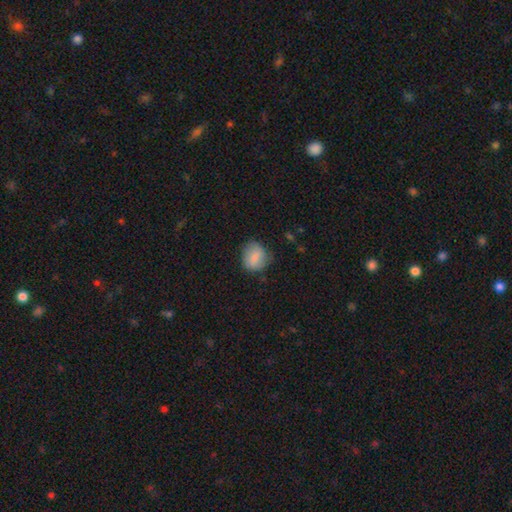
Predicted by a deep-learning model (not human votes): smooth 82%, featured or disk 11%, star or artifact 8%. Down the decision tree: how rounded — round (66%); merging — none (68%).